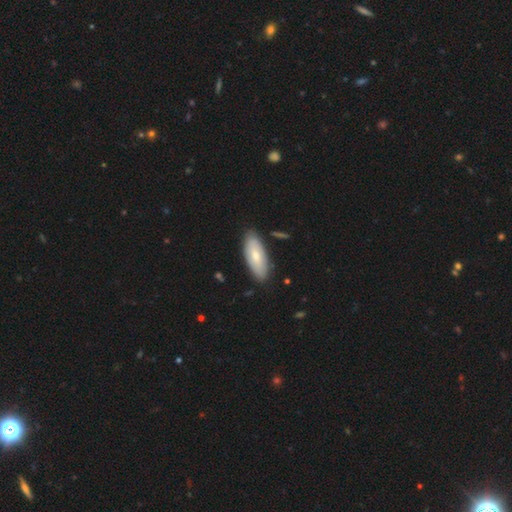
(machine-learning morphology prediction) A smooth galaxy with no disk features (65%) that is in between round and cigar-shaped (83%). Merging: none (85%).